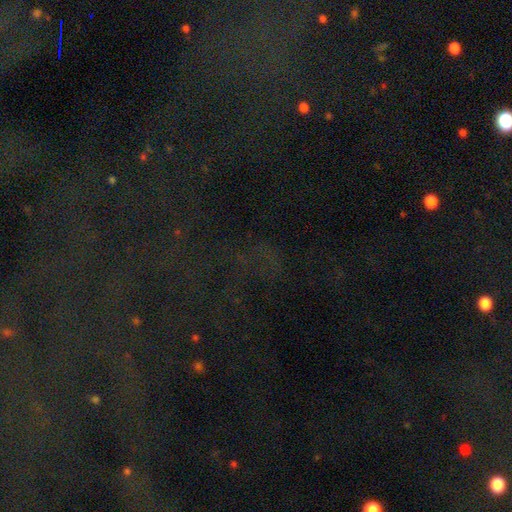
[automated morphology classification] Smooth or featured? star or artifact (75%)